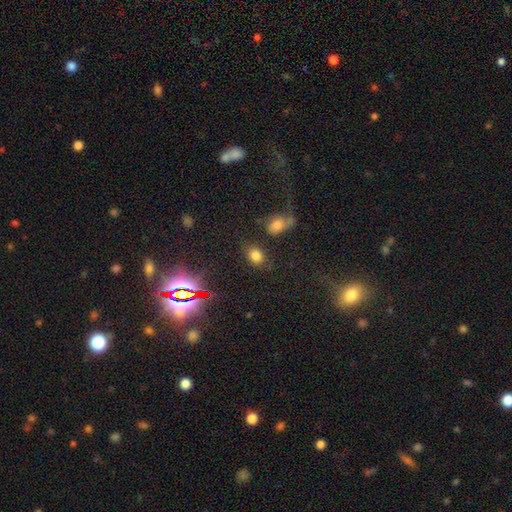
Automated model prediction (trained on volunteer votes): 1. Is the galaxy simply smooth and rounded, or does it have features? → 75% smooth, 18% star or artifact, 7% featured or disk.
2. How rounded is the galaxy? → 64% in between, 35% round, 2% cigar-shaped.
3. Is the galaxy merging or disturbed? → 75% none, 13% minor disturbance, 7% merger, 5% major disturbance.